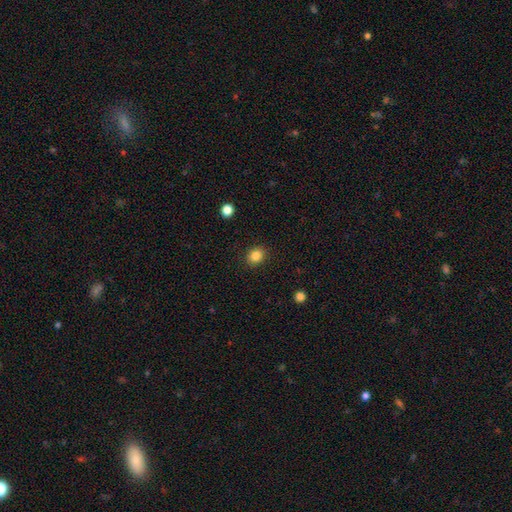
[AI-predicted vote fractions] Smooth or featured?
  - smooth: 84% *
  - star or artifact: 11%
  - featured or disk: 5%
How rounded?
  - round: 67% *
  - in between: 32%
  - cigar-shaped: 1%
Merging?
  - none: 90% *
  - minor disturbance: 7%
  - major disturbance: 2%
  - merger: 1%